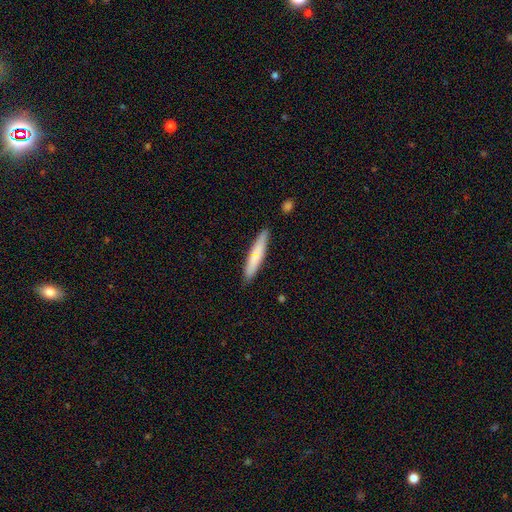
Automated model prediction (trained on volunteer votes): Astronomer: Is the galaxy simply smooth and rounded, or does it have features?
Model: smooth — 71%.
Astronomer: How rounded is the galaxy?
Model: cigar-shaped — 90%.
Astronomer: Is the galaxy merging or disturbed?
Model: none — 87%.